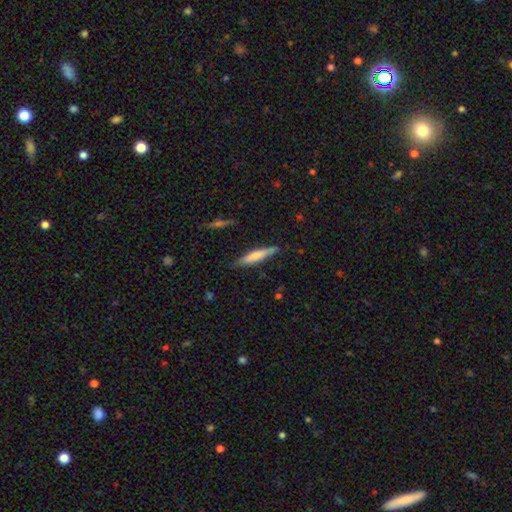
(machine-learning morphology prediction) A smooth galaxy with no disk features (68%) that is cigar-shaped (86%). Merging: none (80%).